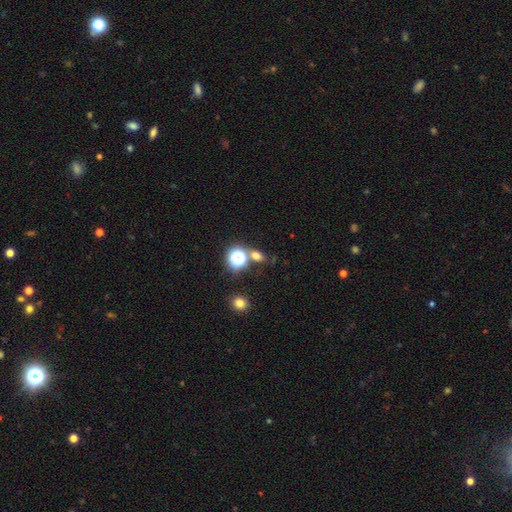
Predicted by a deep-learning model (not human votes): Smooth or featured? Predicted: smooth (p=0.60). How rounded? Predicted: in between (p=0.51). Merging? Predicted: none (p=0.70).